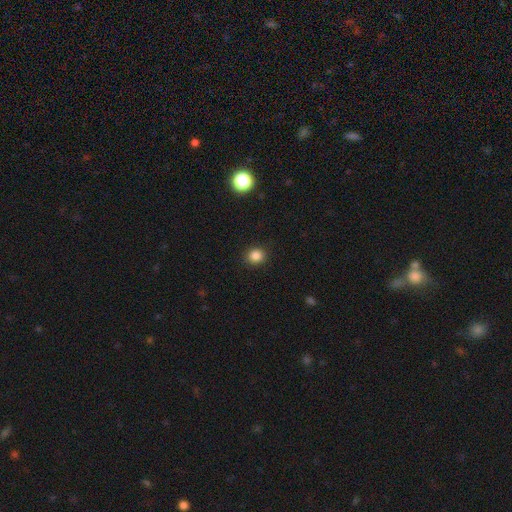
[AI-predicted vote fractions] Morphology: type=smooth (85%); roundness=round (78%); merging=none (91%).